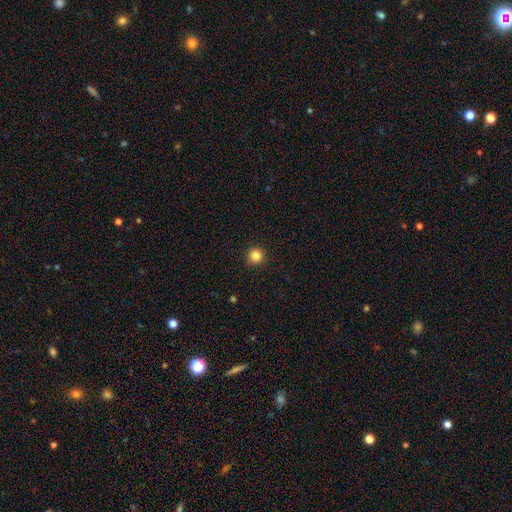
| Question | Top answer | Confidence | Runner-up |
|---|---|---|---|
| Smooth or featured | smooth | 89% | featured or disk (5%) |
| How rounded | round | 97% | in between (3%) |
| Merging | none | 94% | minor disturbance (3%) |